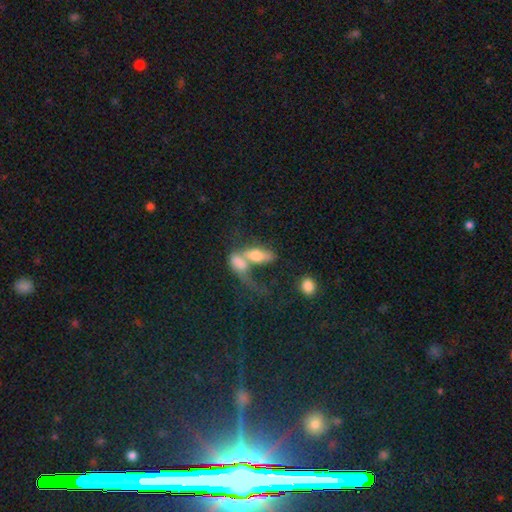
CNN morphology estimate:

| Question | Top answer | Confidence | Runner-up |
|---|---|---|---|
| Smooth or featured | smooth | 57% | featured or disk (33%) |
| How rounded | in between | 72% | cigar-shaped (23%) |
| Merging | merger | 67% | none (14%) |